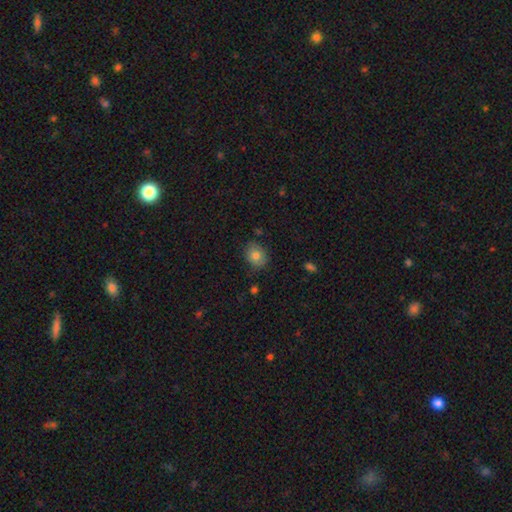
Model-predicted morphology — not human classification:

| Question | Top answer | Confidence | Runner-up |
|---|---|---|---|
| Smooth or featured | smooth | 81% | star or artifact (10%) |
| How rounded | round | 56% | in between (43%) |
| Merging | none | 80% | minor disturbance (15%) |